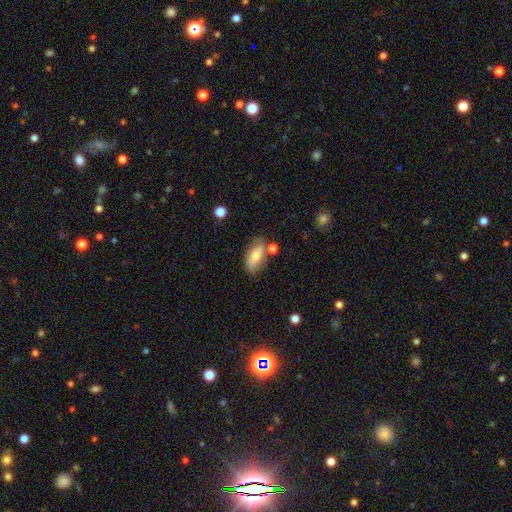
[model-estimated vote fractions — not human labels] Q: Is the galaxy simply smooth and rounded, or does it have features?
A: smooth — 68%.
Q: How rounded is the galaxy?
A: in between — 85%.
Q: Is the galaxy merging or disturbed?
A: none — 66%.